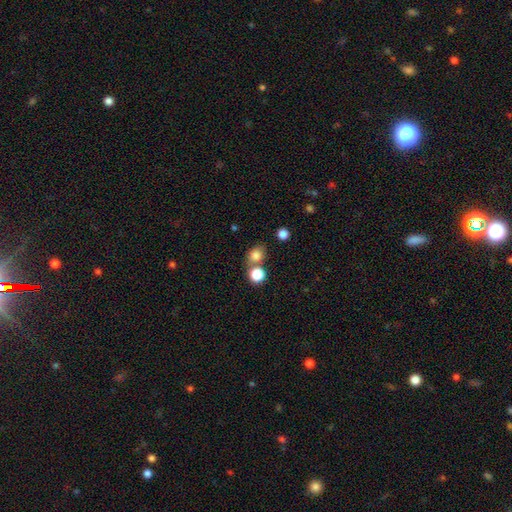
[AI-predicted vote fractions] Smooth or featured: smooth — 80% (star or artifact — 13%)
How rounded: round — 69% (in between — 30%)
Merging: none — 60% (merger — 26%)